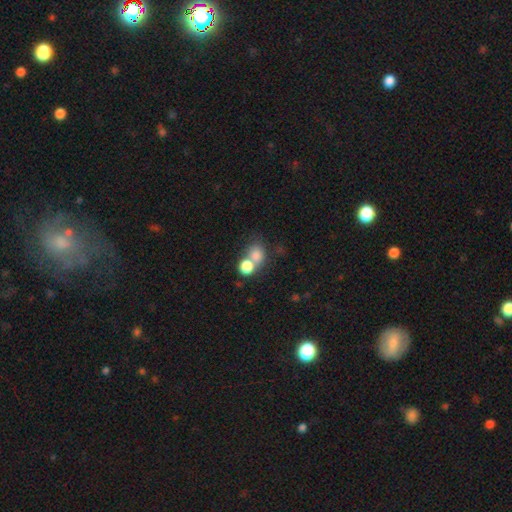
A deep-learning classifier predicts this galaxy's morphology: smooth 77%, star or artifact 13%, featured or disk 10%. Down the decision tree: how rounded — round (65%); merging — merger (50%).